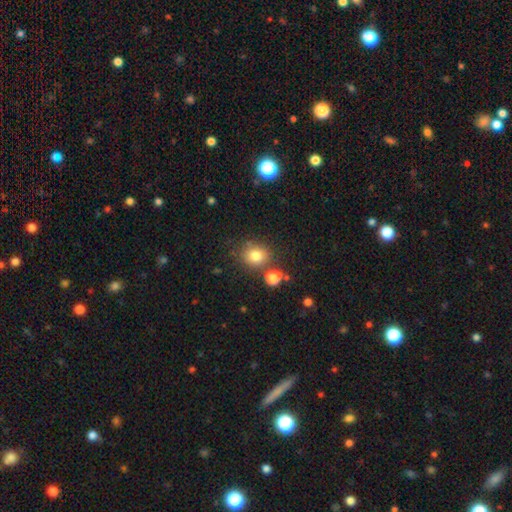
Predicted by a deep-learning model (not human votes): A smooth galaxy with no disk features (79%) that is round (75%).

Vote fractions:
- Smooth or featured? smooth: 79% / star or artifact: 13% / featured or disk: 8%
- How rounded? round: 75% / in between: 24% / cigar-shaped: 1%
- Merging? none: 73% / merger: 12% / minor disturbance: 11% / major disturbance: 4%